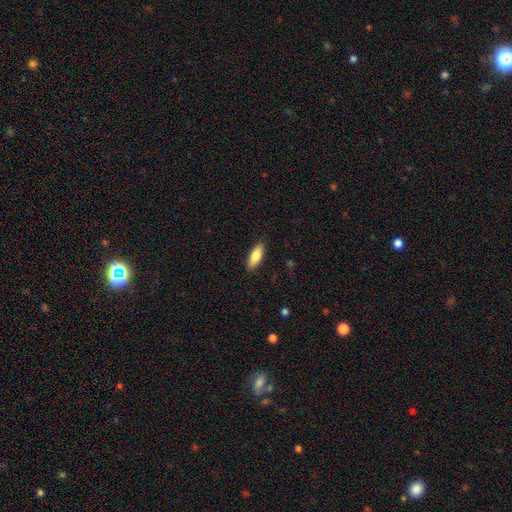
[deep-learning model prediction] smooth-or-featured: smooth: 79% | featured or disk: 15% | star or artifact: 6%
  how-rounded: in between: 64% | cigar-shaped: 34% | round: 2%
  merging: none: 88% | minor disturbance: 9% | major disturbance: 2% | merger: 1%